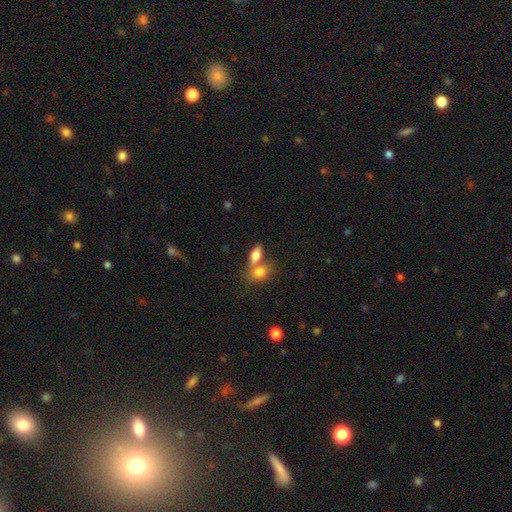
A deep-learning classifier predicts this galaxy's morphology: type=smooth (75%); roundness=in between (79%); merging=merger (54%).